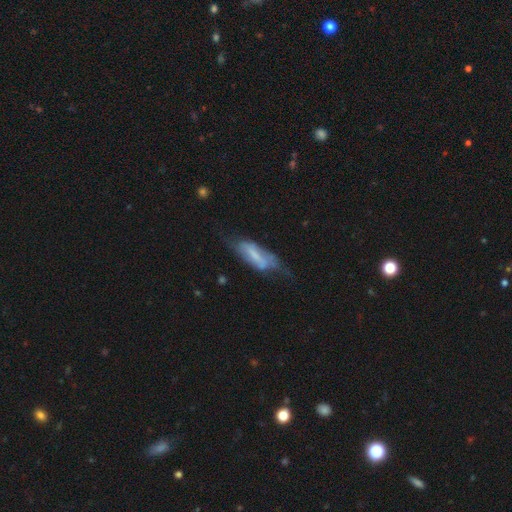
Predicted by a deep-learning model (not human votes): A featured or disk galaxy (54%).

Vote fractions:
- Smooth or featured? featured or disk: 54% / smooth: 39% / star or artifact: 7%
- Edge-on disk? no: 80% / yes: 20%
- Merging? none: 38% / minor disturbance: 32% / major disturbance: 25% / merger: 4%